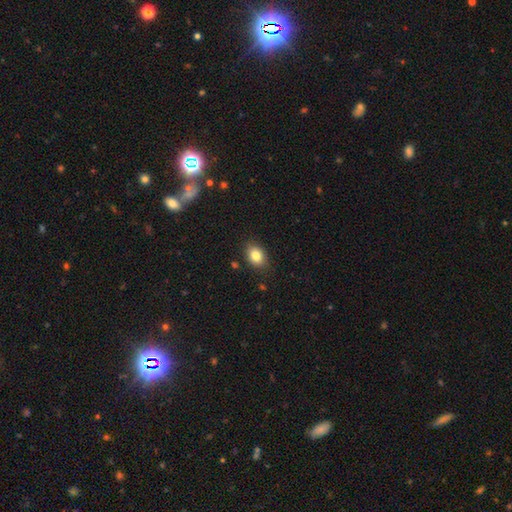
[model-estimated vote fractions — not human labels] A smooth galaxy with no disk features (83%) that is in between round and cigar-shaped (72%). Merging: none (84%).